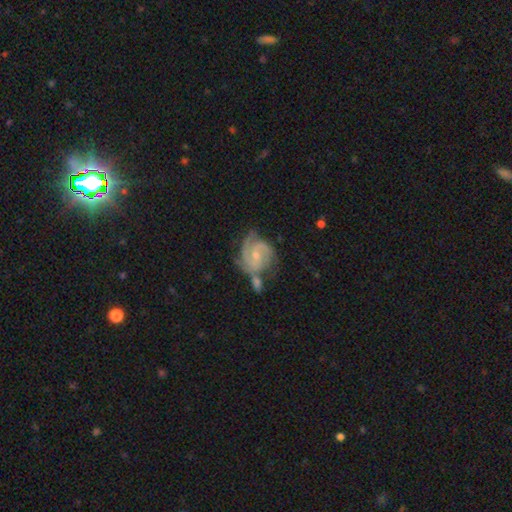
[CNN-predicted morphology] featured or disk 86%, smooth 9%, star or artifact 5%. Down the decision tree: edge-on disk — no (98%); bar — no (49%); spiral arms — yes (97%); spiral arm count — 2 (43%); spiral winding — tight (55%); bulge size — small (57%); merging — none (46%).